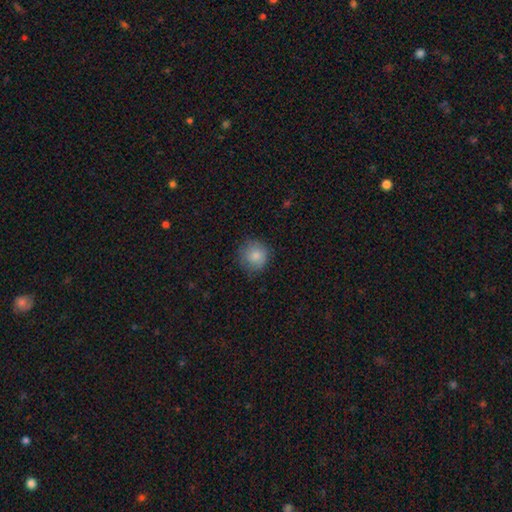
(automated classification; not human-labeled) Q: Smooth or featured?
A: smooth (84%); runner-up: star or artifact (8%)
Q: How rounded?
A: round (92%); runner-up: in between (7%)
Q: Merging?
A: none (81%); runner-up: minor disturbance (15%)